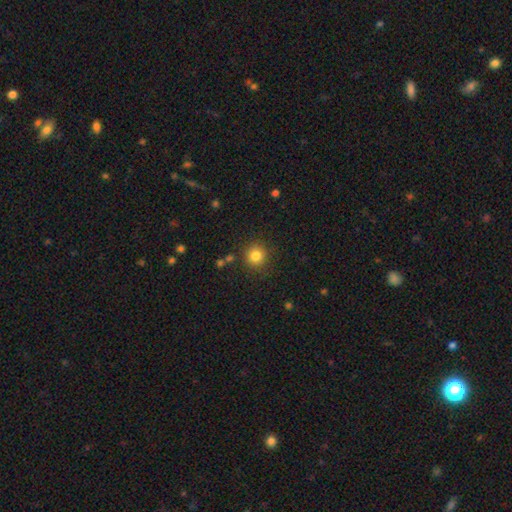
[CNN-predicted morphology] type=smooth (82%); roundness=round (93%); merging=none (87%).